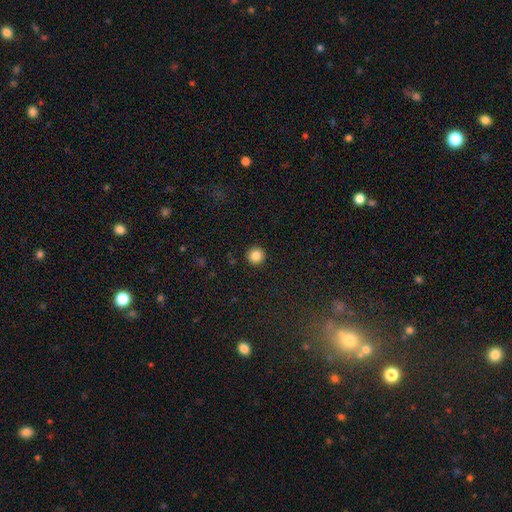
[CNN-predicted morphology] smooth_or_featured: smooth (p=0.85) [alt: star or artifact p=0.11]
how_rounded: round (p=0.95) [alt: in between p=0.04]
merging: none (p=0.93) [alt: minor disturbance p=0.05]